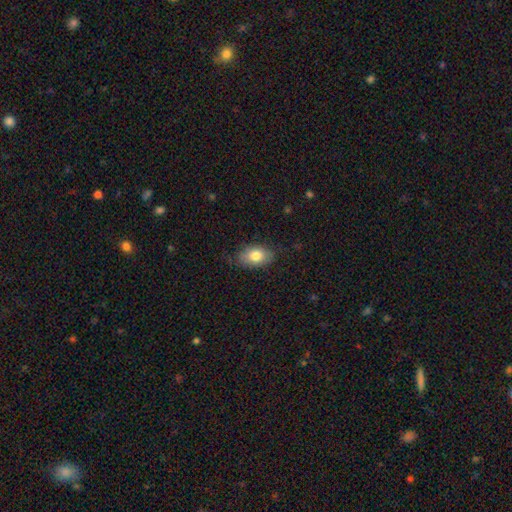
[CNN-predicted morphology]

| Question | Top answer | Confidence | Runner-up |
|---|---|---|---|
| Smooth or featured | smooth | 81% | featured or disk (12%) |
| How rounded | in between | 87% | round (11%) |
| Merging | none | 78% | minor disturbance (18%) |